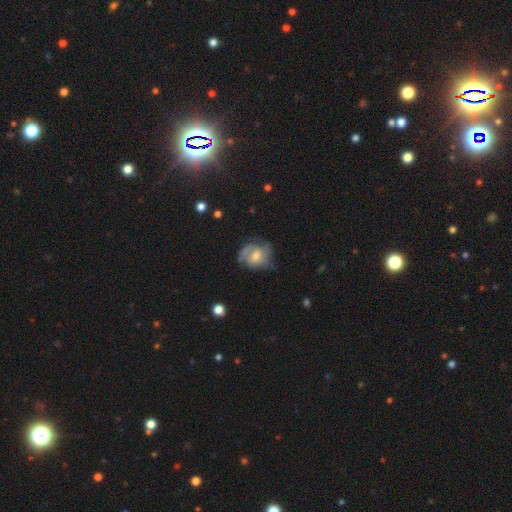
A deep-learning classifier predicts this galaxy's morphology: featured or disk 61%, smooth 31%, star or artifact 8%. Down the decision tree: edge-on disk — no (97%); bar — no (55%); spiral arms — yes (82%); bulge size — moderate (53%); merging — none (52%).